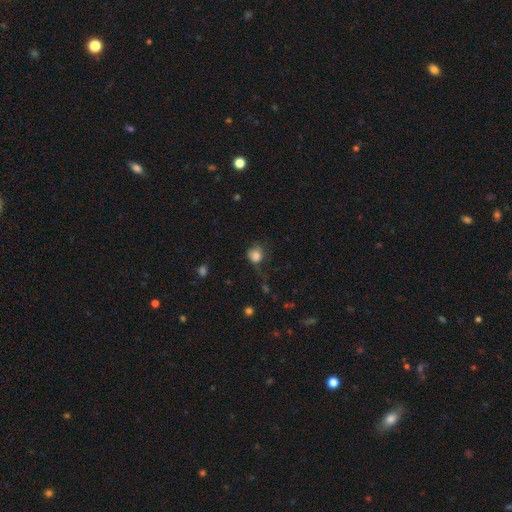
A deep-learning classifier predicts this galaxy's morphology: smooth_or_featured: smooth (p=0.82) [alt: star or artifact p=0.10]
how_rounded: round (p=0.81) [alt: in between p=0.18]
merging: none (p=0.50) [alt: minor disturbance p=0.27]